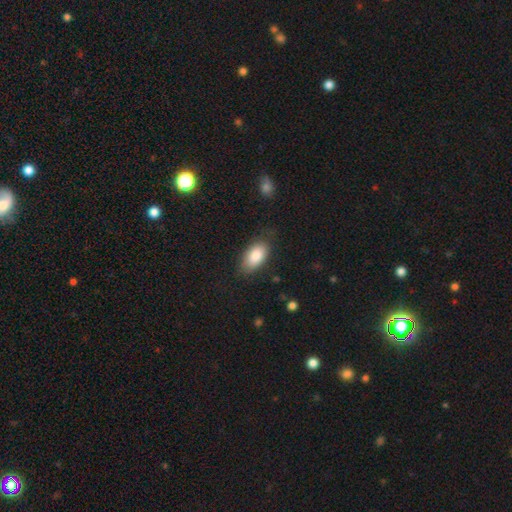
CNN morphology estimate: smooth_or_featured: smooth (p=0.85) [alt: featured or disk p=0.08]
how_rounded: in between (p=0.93) [alt: cigar-shaped p=0.04]
merging: none (p=0.76) [alt: minor disturbance p=0.17]